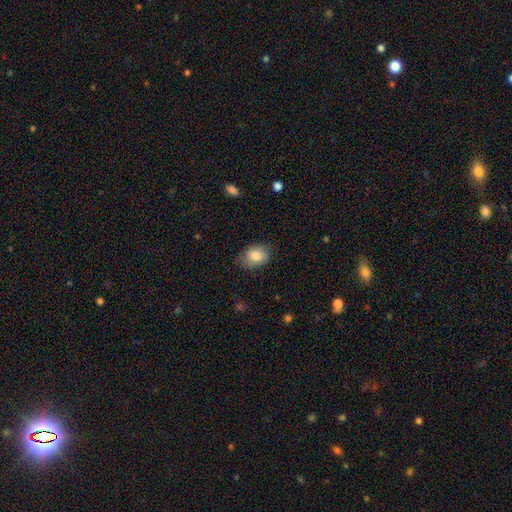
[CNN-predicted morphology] This is clearly a smooth galaxy (83%). How rounded: likely in between (73%). Merging: likely none (71%).